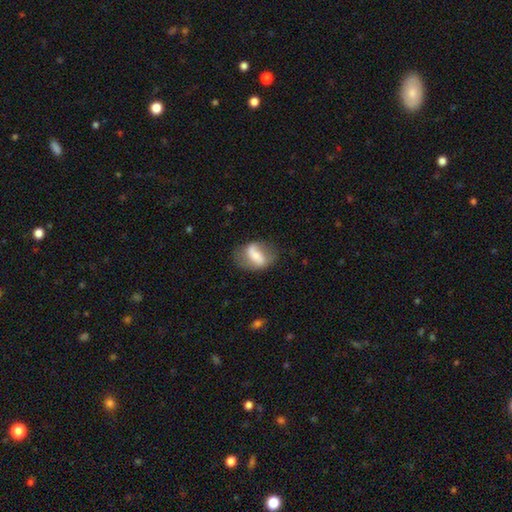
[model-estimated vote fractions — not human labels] Smooth or featured?
  - featured or disk: 51% *
  - smooth: 42%
  - star or artifact: 7%
Edge-on disk?
  - no: 93% *
  - yes: 7%
Merging?
  - none: 58% *
  - minor disturbance: 24%
  - major disturbance: 14%
  - merger: 4%